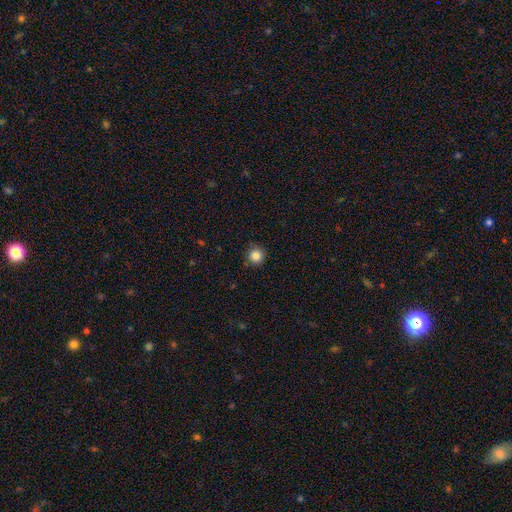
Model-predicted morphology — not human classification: type=smooth (85%); roundness=round (95%); merging=none (87%).